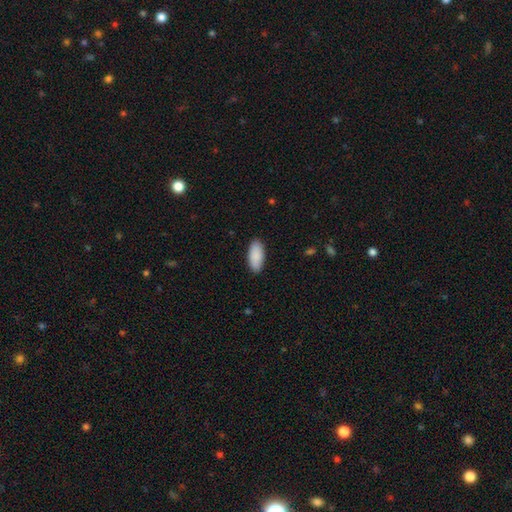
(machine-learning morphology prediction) This appears to be a smooth galaxy with no disk features (90%) that is in between round and cigar-shaped (90%). Merging: none (88%).